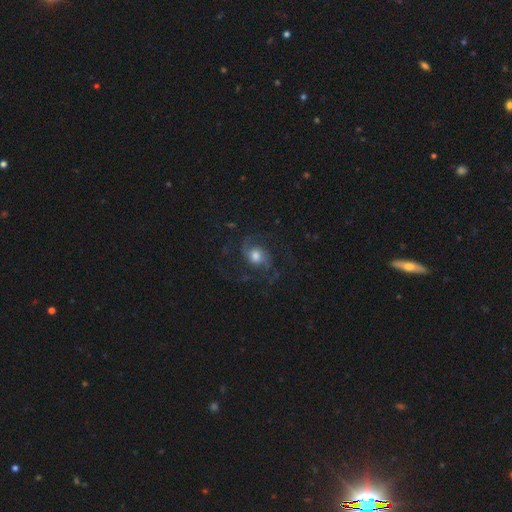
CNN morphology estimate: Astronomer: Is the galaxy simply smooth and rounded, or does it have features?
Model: featured or disk — 78%.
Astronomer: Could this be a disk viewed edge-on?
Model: no — 98%.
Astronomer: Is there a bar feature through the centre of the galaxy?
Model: no — 65%.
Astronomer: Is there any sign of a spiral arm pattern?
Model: yes — 95%.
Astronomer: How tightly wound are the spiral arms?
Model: medium — 49% (runner-up: loose, 33%).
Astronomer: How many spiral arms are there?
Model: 2 — 61%.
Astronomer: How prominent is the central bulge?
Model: moderate — 59%.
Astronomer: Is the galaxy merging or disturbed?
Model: none — 64%.